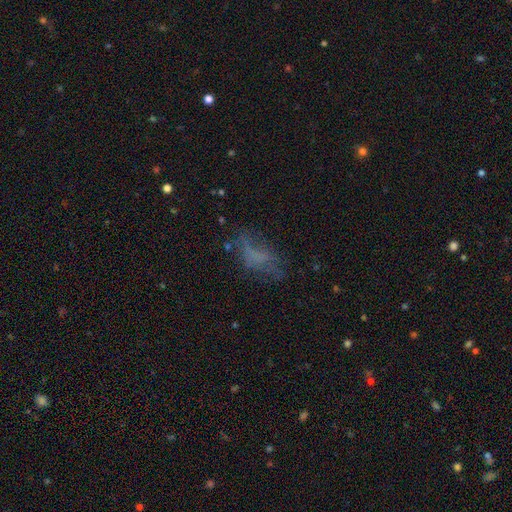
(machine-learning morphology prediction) Smooth or featured: smooth — 43% (featured or disk — 35%)
Merging: none — 46% (major disturbance — 28%)